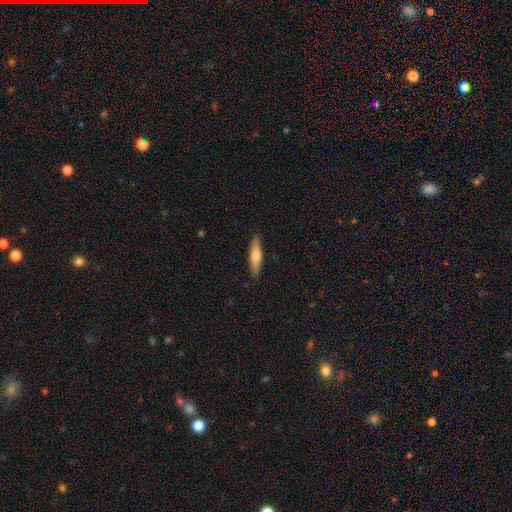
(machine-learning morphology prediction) This appears to be a smooth galaxy with no disk features (67%) that is cigar-shaped (75%). Merging: none (89%).